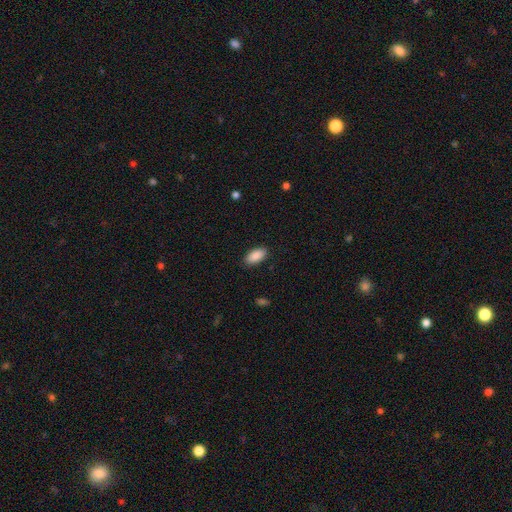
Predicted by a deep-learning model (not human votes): Smooth or featured?
  - smooth: 90% *
  - star or artifact: 6%
  - featured or disk: 4%
How rounded?
  - in between: 93% *
  - cigar-shaped: 5%
  - round: 2%
Merging?
  - none: 88% *
  - minor disturbance: 9%
  - major disturbance: 2%
  - merger: 1%